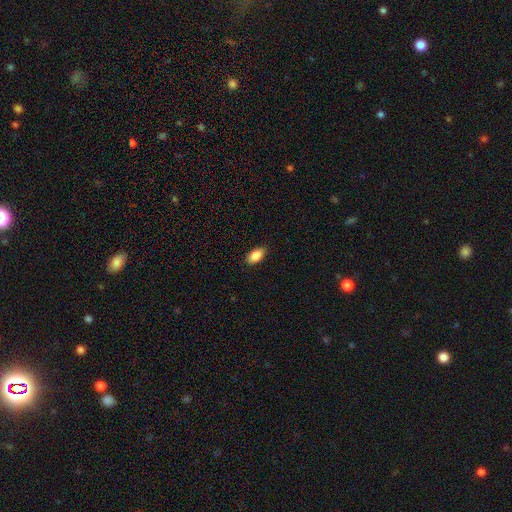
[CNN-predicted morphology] Q: Smooth or featured?
A: smooth (86%); runner-up: star or artifact (7%)
Q: How rounded?
A: in between (91%); runner-up: round (4%)
Q: Merging?
A: none (87%); runner-up: minor disturbance (10%)